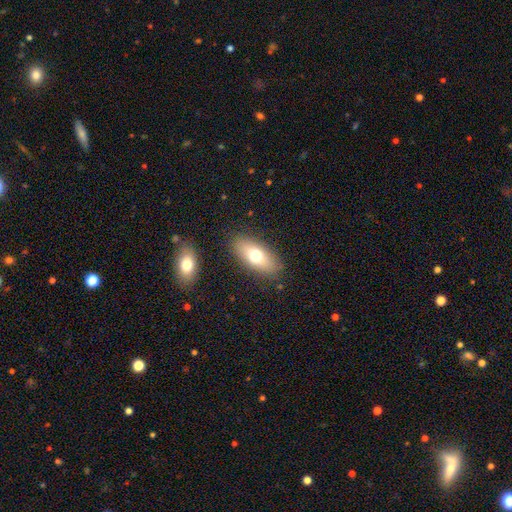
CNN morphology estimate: A smooth galaxy with no disk features (68%) that is in between round and cigar-shaped (84%).

Vote fractions:
- Smooth or featured? smooth: 68% / featured or disk: 24% / star or artifact: 8%
- How rounded? in between: 84% / cigar-shaped: 11% / round: 5%
- Merging? none: 85% / minor disturbance: 10% / major disturbance: 3% / merger: 2%